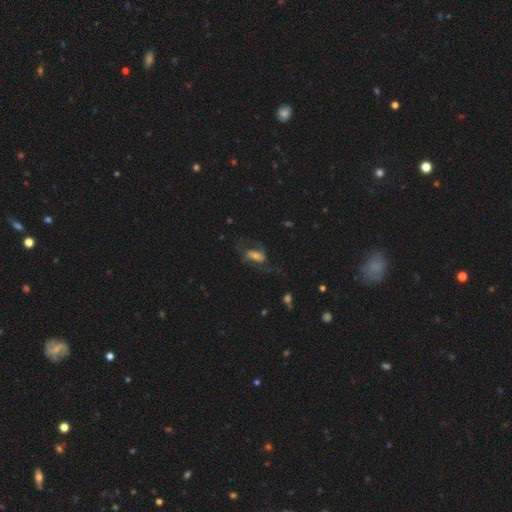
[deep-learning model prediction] A featured or disk galaxy (60%) with a weak bar (37%), spiral arms (81%) and a moderate central bulge (37%, tied with small).

Vote fractions:
- Smooth or featured? featured or disk: 60% / smooth: 31% / star or artifact: 9%
- Edge-on disk? no: 93% / yes: 7%
- Bar? weak: 37% / strong: 32% / no: 31%
- Spiral arms? yes: 81% / no: 19%
- Bulge size? moderate: 37% (tied) / small: 37% (tied) / large: 15% / none: 8% / dominant: 3%
- Merging? none: 49% / major disturbance: 30% / minor disturbance: 18% / merger: 2%